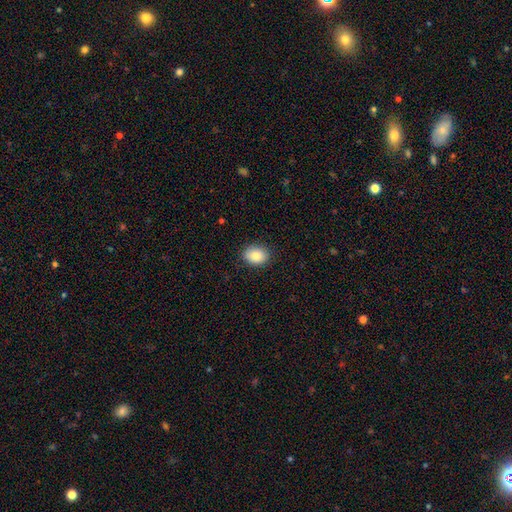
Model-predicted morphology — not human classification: Smooth or featured? smooth (85%)
How rounded? in between (63%)
Merging? none (88%)